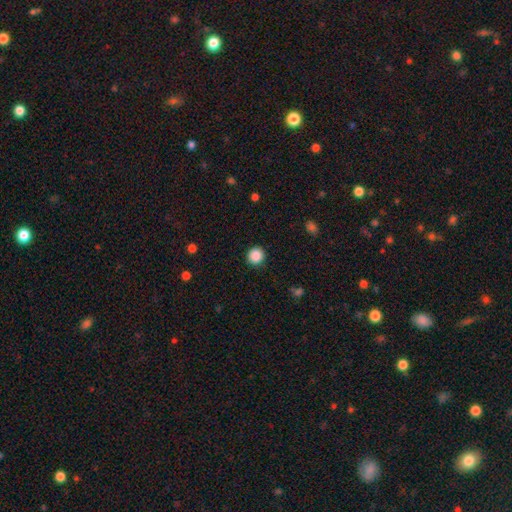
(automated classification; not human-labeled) Smooth or featured? smooth (88%)
How rounded? round (94%)
Merging? none (92%)